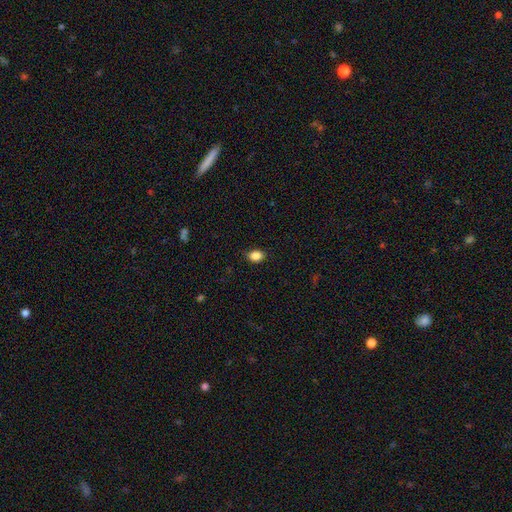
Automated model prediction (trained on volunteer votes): smooth_or_featured: smooth (p=0.87) [alt: star or artifact p=0.09]
how_rounded: in between (p=0.69) [alt: round p=0.30]
merging: none (p=0.83) [alt: minor disturbance p=0.14]